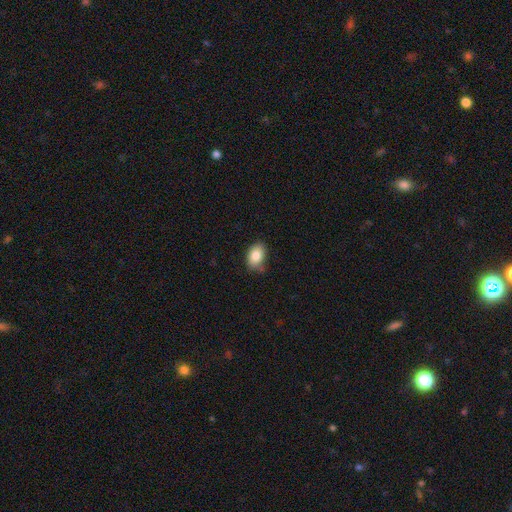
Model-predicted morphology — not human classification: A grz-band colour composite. It shows a smooth galaxy with no disk features (85%) that is in between round and cigar-shaped (86%). Merging: none (73%).